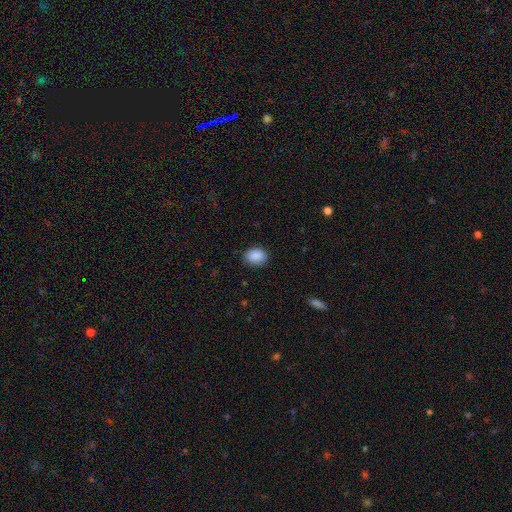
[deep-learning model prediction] Overall: smooth (88%). How rounded: in between (63%; round 35%). Merging: none (81%).